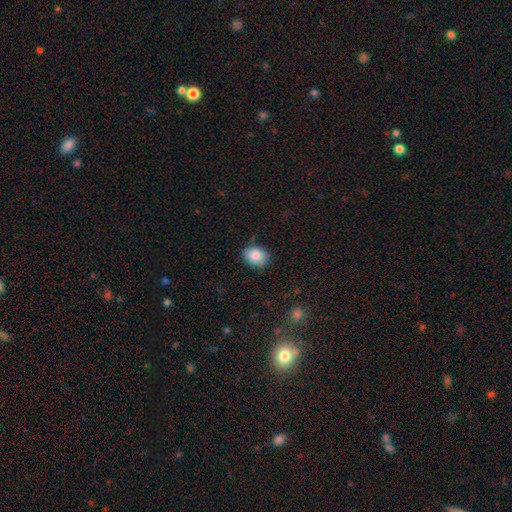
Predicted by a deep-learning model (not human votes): This appears to be a smooth galaxy with no disk features (86%) that is in between round and cigar-shaped (70%). Merging: none (77%).